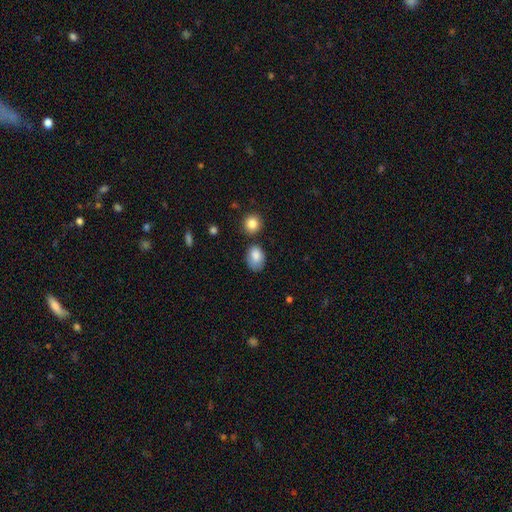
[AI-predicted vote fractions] A smooth galaxy with no disk features (84%) that is in between round and cigar-shaped (72%).

Vote fractions:
- Smooth or featured? smooth: 84% / star or artifact: 8% / featured or disk: 8%
- How rounded? in between: 72% / round: 27% / cigar-shaped: 1%
- Merging? none: 58% / minor disturbance: 27% / merger: 8% / major disturbance: 7%